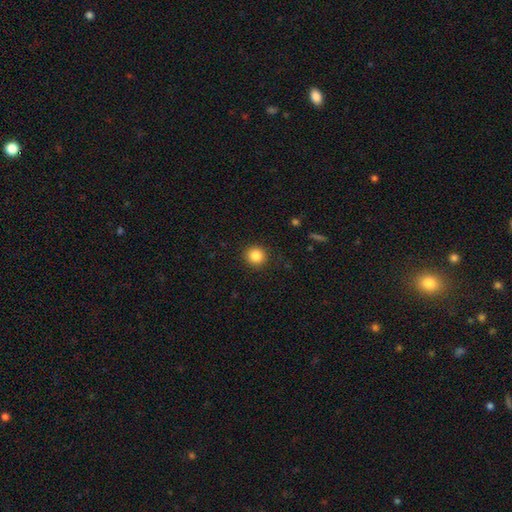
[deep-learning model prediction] Smooth or featured?
  - smooth: 85% *
  - star or artifact: 10%
  - featured or disk: 5%
How rounded?
  - round: 92% *
  - in between: 7%
  - cigar-shaped: 1%
Merging?
  - none: 91% *
  - minor disturbance: 6%
  - major disturbance: 2%
  - merger: 1%